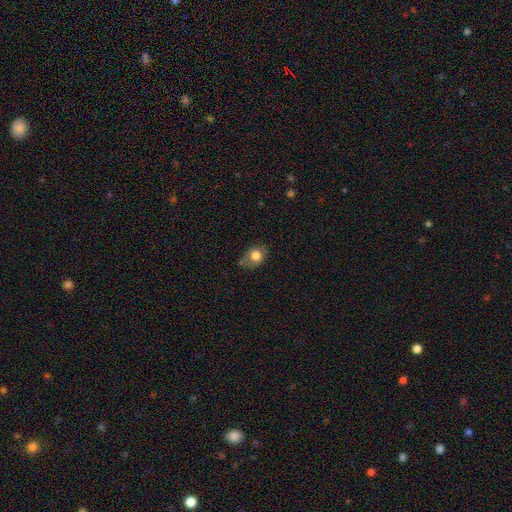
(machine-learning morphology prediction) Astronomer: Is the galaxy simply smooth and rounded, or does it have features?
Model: smooth — 74%.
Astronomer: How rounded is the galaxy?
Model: in between — 57% (runner-up: round, 41%).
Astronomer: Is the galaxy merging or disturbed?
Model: none — 59%.